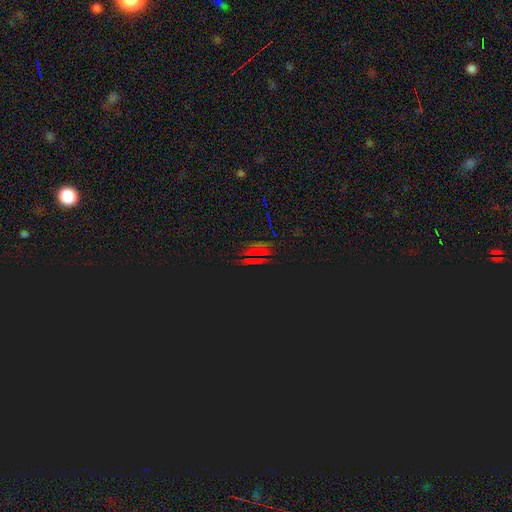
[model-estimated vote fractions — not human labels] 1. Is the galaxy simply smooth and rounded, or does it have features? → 72% star or artifact, 19% smooth, 9% featured or disk.